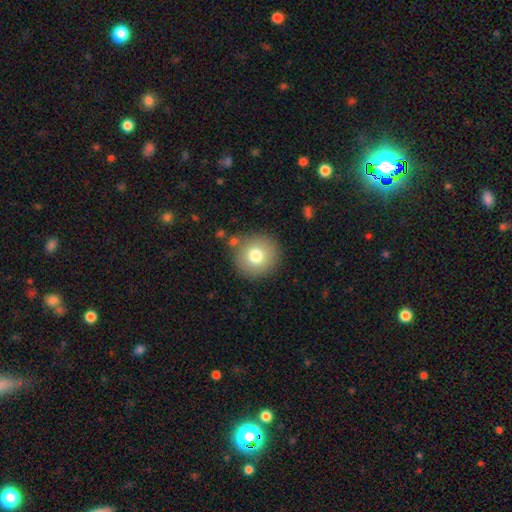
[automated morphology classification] This is likely a smooth galaxy (77%). How rounded: clearly round (94%). Merging: clearly none (84%).